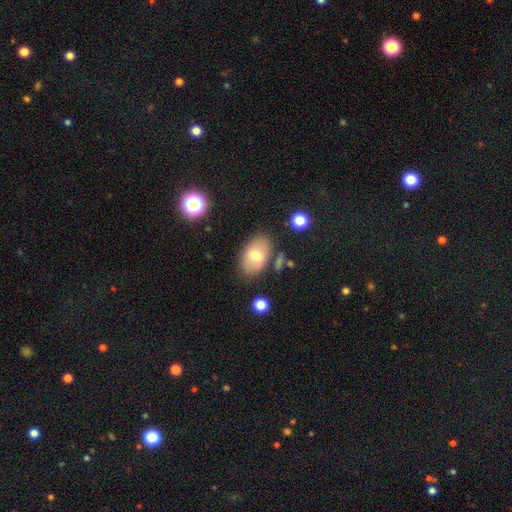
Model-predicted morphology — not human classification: The model was most divided on "smooth or featured": smooth: 69%, featured or disk: 23%, star or artifact: 8%. More confident: how rounded — in between (89%); merging — none (76%).